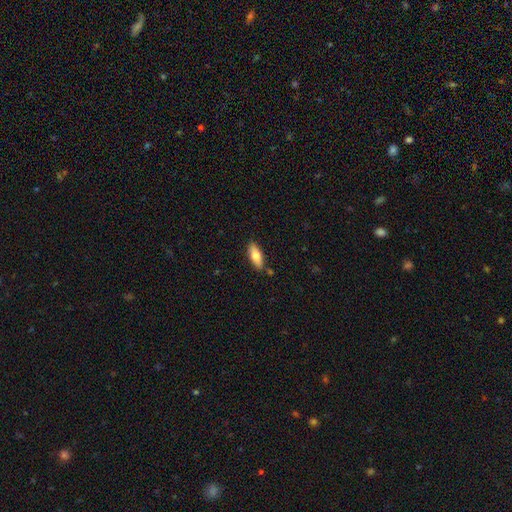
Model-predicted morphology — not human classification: Smooth or featured? smooth (72%)
How rounded? in between (68%)
Merging? none (84%)